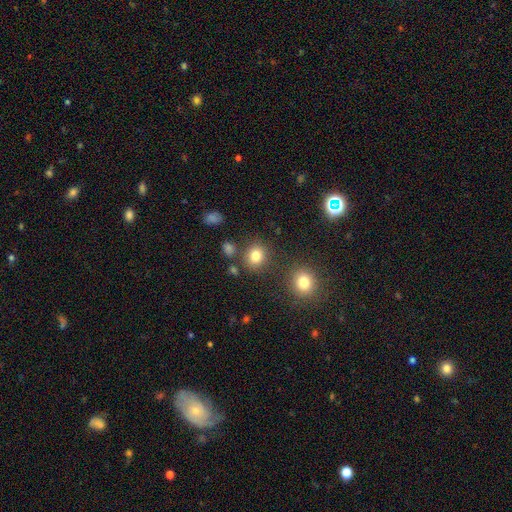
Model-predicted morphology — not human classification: This is clearly a smooth galaxy (80%). How rounded: clearly round (80%). Merging: clearly none (81%).